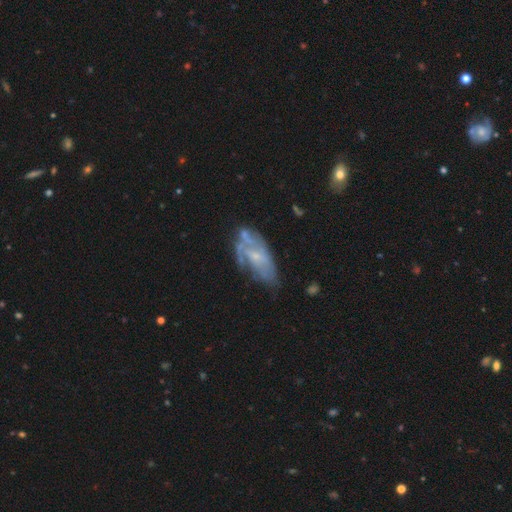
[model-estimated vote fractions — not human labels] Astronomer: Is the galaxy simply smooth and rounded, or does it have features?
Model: featured or disk — 67%.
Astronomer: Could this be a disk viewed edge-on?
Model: no — 93%.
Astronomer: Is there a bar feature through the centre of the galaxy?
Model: no — 67%.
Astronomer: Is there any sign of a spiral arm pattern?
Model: yes — 59% (runner-up: no, 41%).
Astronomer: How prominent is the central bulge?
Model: small — 67%.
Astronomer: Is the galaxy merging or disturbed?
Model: none — 44% (runner-up: minor disturbance, 28%).